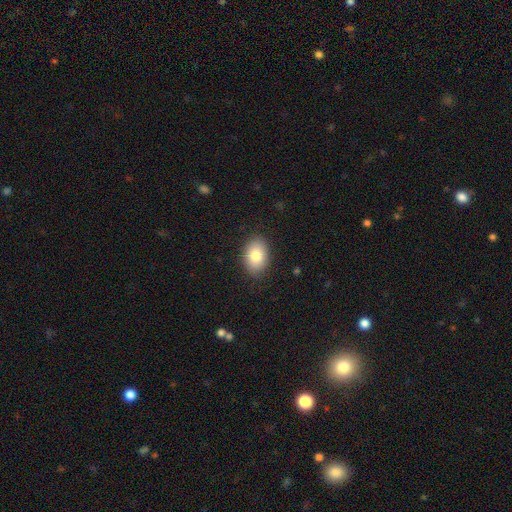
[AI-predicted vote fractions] This appears to be a smooth galaxy with no disk features (82%) that is in between round and cigar-shaped (83%). Merging: none (86%).